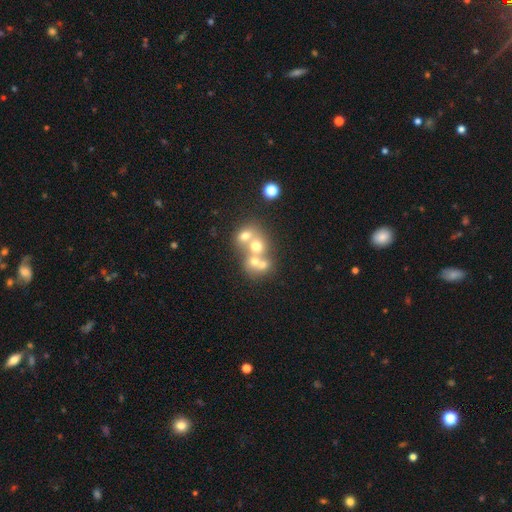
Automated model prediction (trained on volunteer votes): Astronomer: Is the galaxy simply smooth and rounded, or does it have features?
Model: smooth — 44% (runner-up: featured or disk, 35%).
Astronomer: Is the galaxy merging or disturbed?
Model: merger — 59%.